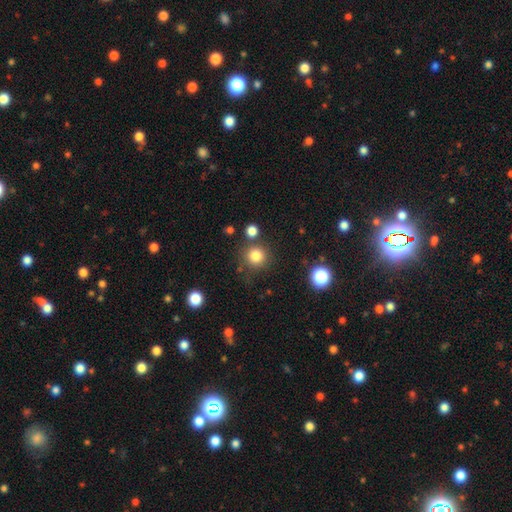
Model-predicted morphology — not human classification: type=smooth (82%); roundness=round (93%); merging=none (78%).